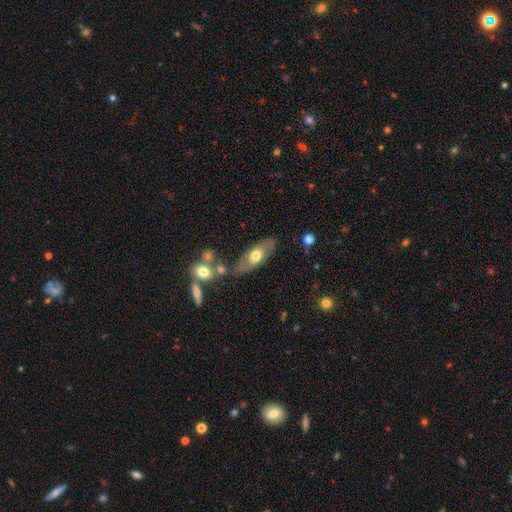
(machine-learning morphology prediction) type=smooth (56%); roundness=in between (76%); merging=none (69%).